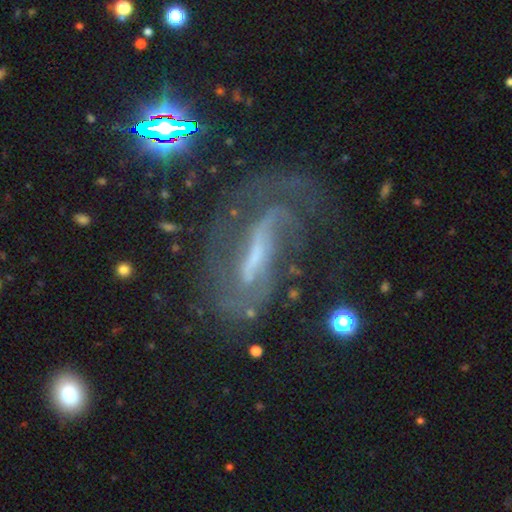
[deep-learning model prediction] The model was most divided on "bulge size": small: 37%, none: 35%, moderate: 21%, large: 5%, dominant: 2%. Remaining: spiral arms — yes (91%); edge-on disk — no (88%); smooth or featured — featured or disk (81%); spiral arm count — 2 (62%); bar — strong (58%); merging — none (55%); spiral winding — medium (45%).